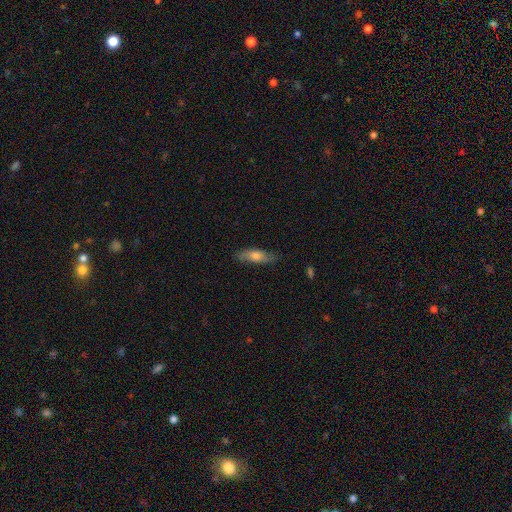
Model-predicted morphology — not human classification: Overall: smooth (58%; featured or disk 35%). How rounded: in between (53%; cigar-shaped 44%). Merging: none (78%).